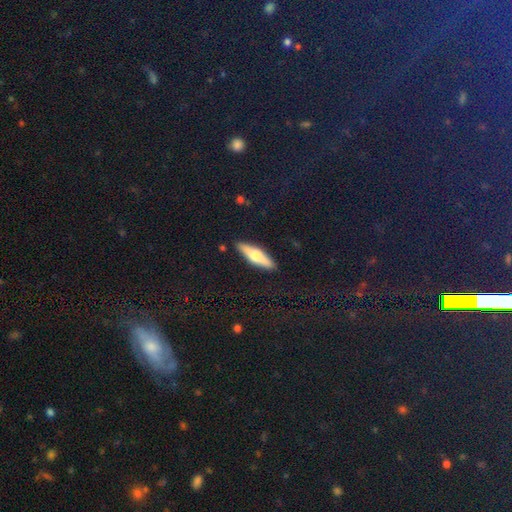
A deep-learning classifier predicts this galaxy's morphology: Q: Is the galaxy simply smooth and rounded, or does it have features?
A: featured or disk — 51%.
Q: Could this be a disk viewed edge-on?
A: yes — 93%.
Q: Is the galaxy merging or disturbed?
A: none — 90%.